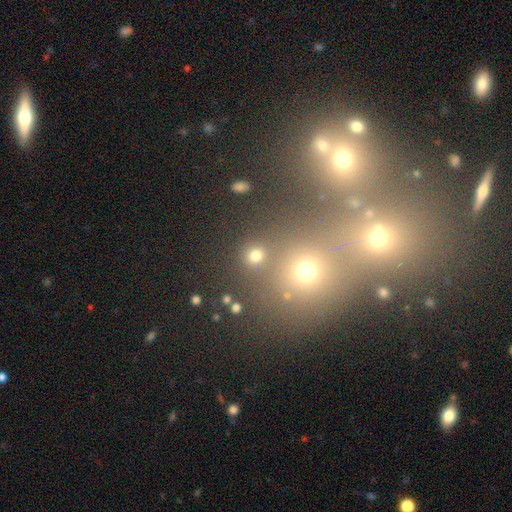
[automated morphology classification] This is likely a smooth galaxy (71%). How rounded: clearly round (89%). Merging: likely none (76%).